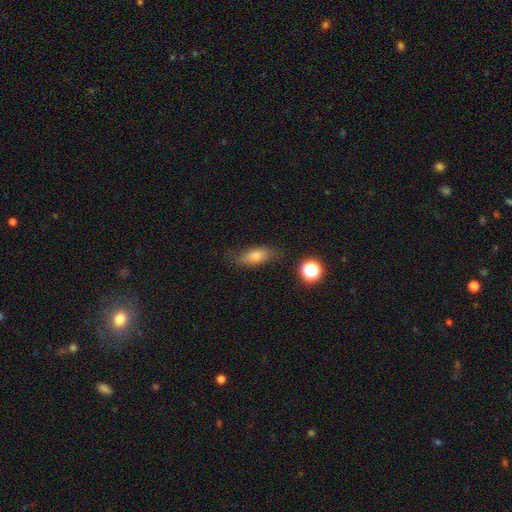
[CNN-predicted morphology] Smooth or featured?
  - smooth: 71% *
  - featured or disk: 18%
  - star or artifact: 11%
How rounded?
  - in between: 71% *
  - cigar-shaped: 22%
  - round: 7%
Merging?
  - none: 74% *
  - minor disturbance: 19%
  - major disturbance: 5%
  - merger: 2%